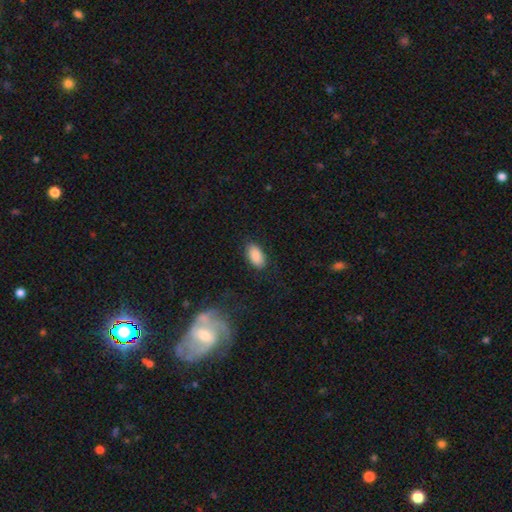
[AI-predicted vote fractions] Morphology: type=smooth (88%); roundness=in between (94%); merging=none (85%).